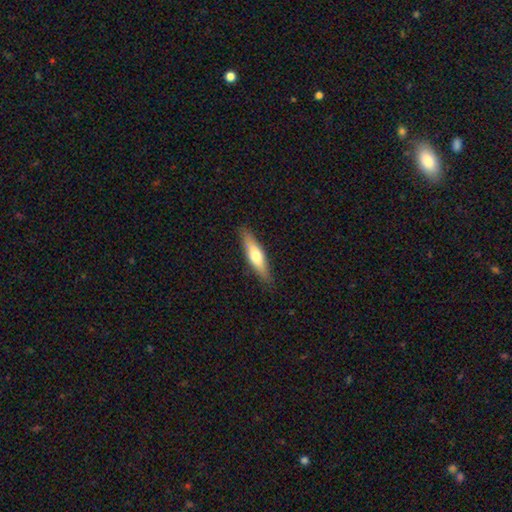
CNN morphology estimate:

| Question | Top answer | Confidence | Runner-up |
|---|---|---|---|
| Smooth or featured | smooth | 55% | featured or disk (39%) |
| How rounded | cigar-shaped | 72% | in between (26%) |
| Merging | none | 86% | minor disturbance (11%) |